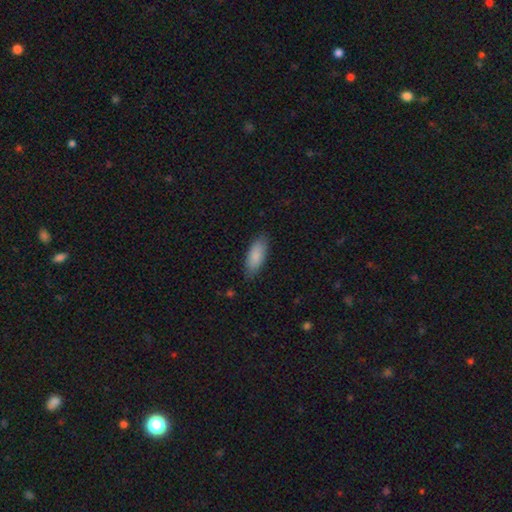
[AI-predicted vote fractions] smooth 86%, featured or disk 8%, star or artifact 6%. Down the decision tree: how rounded — in between (80%); merging — none (83%).